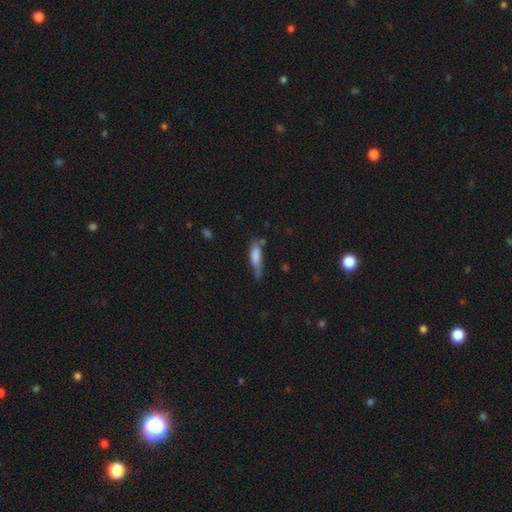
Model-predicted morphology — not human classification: Q: Smooth or featured?
A: smooth (74%); runner-up: featured or disk (19%)
Q: How rounded?
A: cigar-shaped (65%); runner-up: in between (33%)
Q: Merging?
A: none (39%); runner-up: minor disturbance (38%)